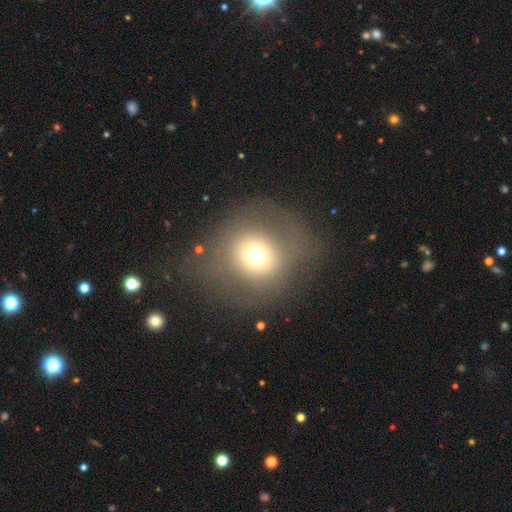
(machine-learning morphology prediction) type=smooth (64%); roundness=round (89%); merging=none (71%).